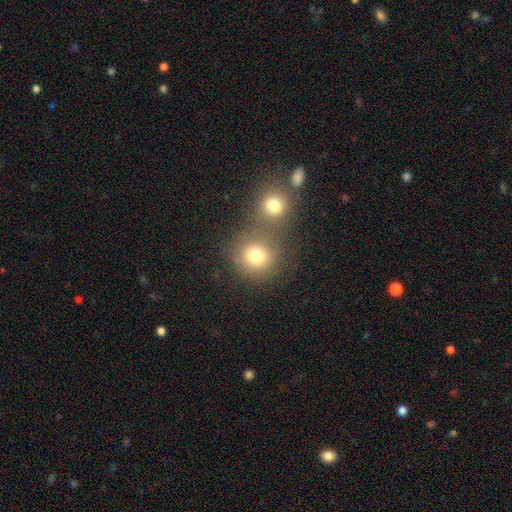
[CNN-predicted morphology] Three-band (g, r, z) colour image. It shows a smooth galaxy with no disk features (76%) that is round (87%). Merging: none (48%).